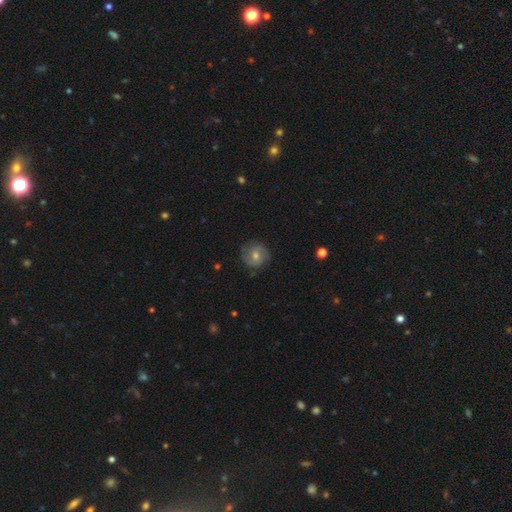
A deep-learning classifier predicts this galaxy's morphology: featured or disk 55%, smooth 33%, star or artifact 12%. Down the decision tree: edge-on disk — no (97%); bar — no (72%); spiral arms — yes (84%); bulge size — moderate (64%); merging — none (83%).